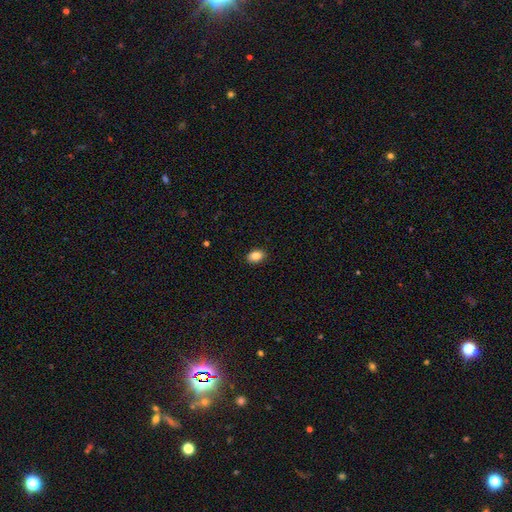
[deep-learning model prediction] smooth_or_featured: smooth (p=0.85) [alt: star or artifact p=0.08]
how_rounded: in between (p=0.84) [alt: round p=0.15]
merging: none (p=0.90) [alt: minor disturbance p=0.07]